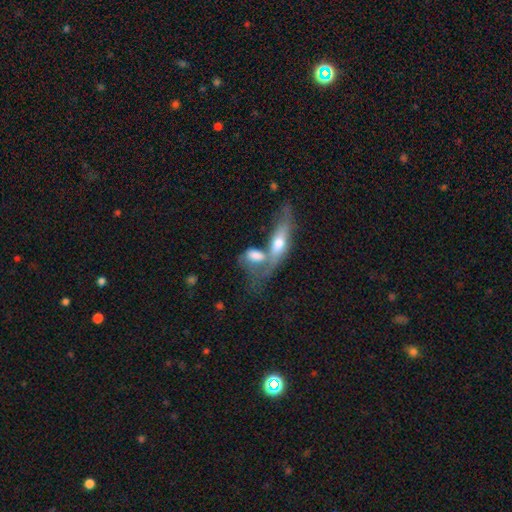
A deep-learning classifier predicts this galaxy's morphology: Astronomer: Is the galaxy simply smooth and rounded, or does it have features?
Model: smooth — 60%.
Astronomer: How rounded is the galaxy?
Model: in between — 71%.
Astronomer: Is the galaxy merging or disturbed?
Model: merger — 57%.